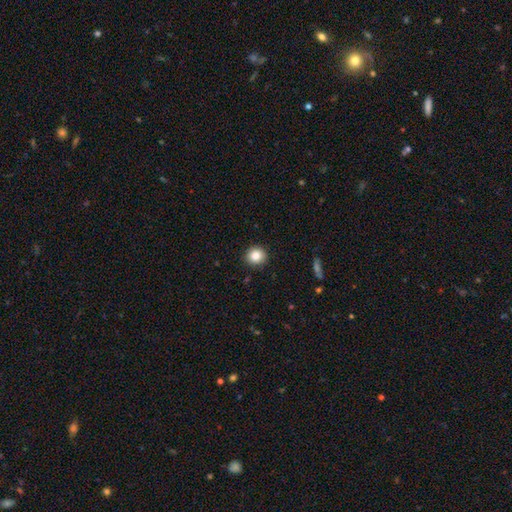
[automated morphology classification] A smooth galaxy with no disk features (85%) that is round (90%). Merging: none (91%).